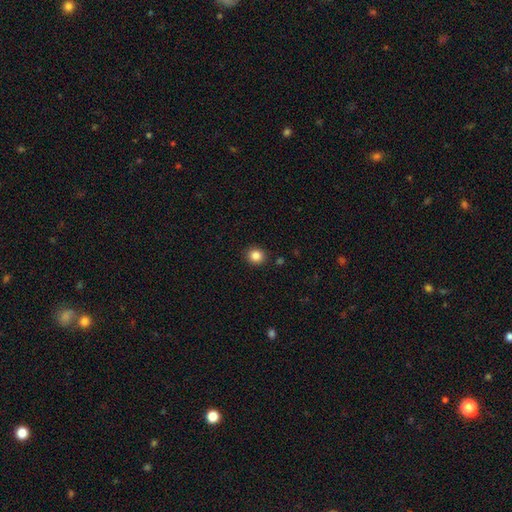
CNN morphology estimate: smooth-or-featured: smooth: 84% | star or artifact: 11% | featured or disk: 5%
  how-rounded: round: 84% | in between: 15% | cigar-shaped: 1%
  merging: none: 91% | minor disturbance: 6% | major disturbance: 2% | merger: 2%